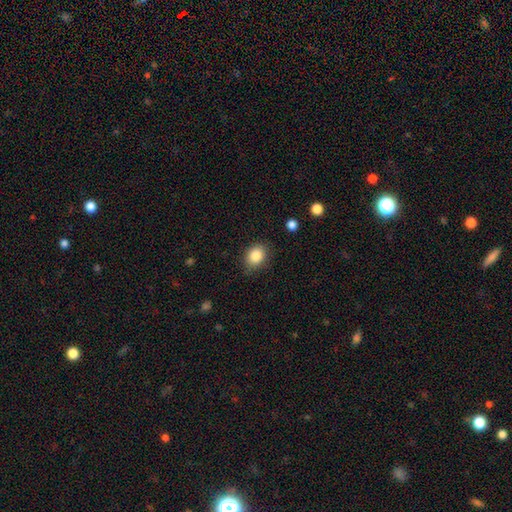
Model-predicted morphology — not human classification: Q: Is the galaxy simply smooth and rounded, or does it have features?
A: smooth — 85%.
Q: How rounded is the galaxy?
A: in between — 55%.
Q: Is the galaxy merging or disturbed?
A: none — 80%.